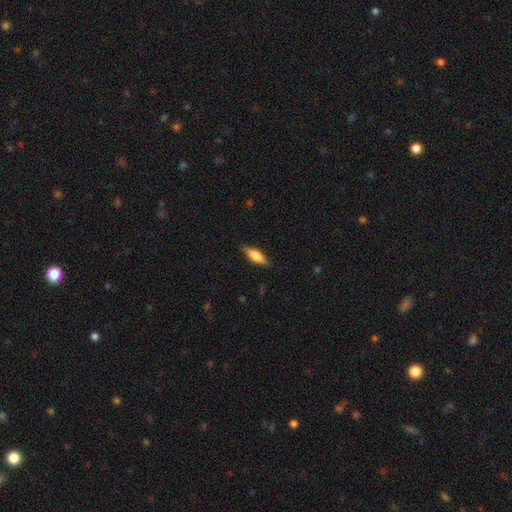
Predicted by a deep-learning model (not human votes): A smooth galaxy with no disk features (63%) that is in between round and cigar-shaped (51%).

Vote fractions:
- Smooth or featured? smooth: 63% / featured or disk: 31% / star or artifact: 6%
- How rounded? in between: 51% / cigar-shaped: 47% / round: 2%
- Merging? none: 85% / minor disturbance: 12% / major disturbance: 2% / merger: 1%